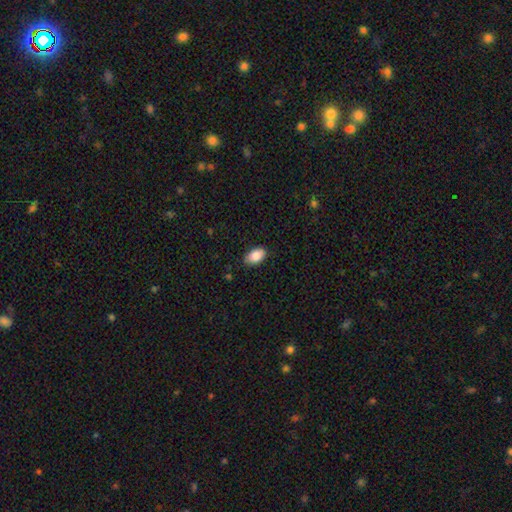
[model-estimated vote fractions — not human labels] Overall: smooth (85%). How rounded: in between (93%). Merging: none (86%).